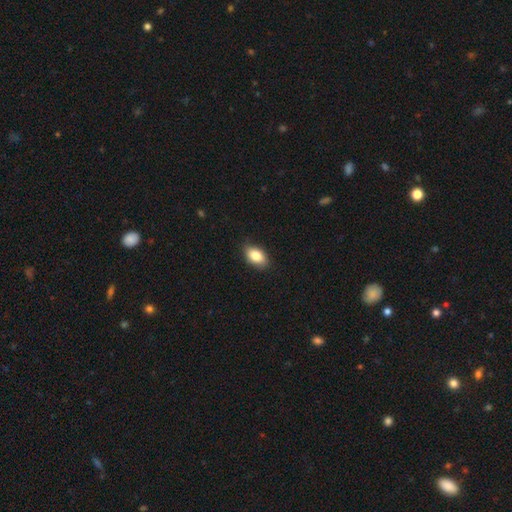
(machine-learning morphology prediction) A smooth galaxy with no disk features (84%) that is in between round and cigar-shaped (90%). Merging: none (85%).